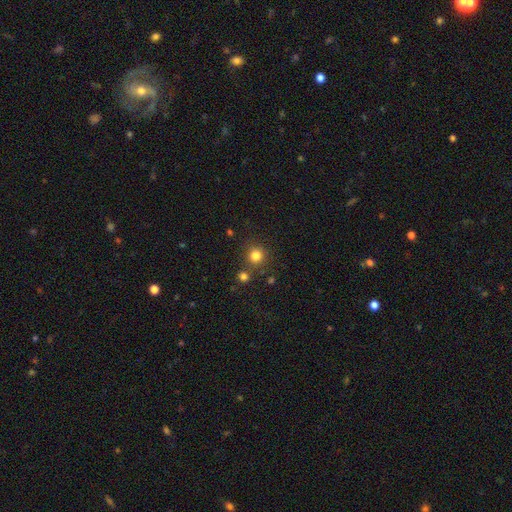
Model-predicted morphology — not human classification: Smooth or featured? Predicted: smooth (p=0.81). How rounded? Predicted: round (p=0.92). Merging? Predicted: none (p=0.78).